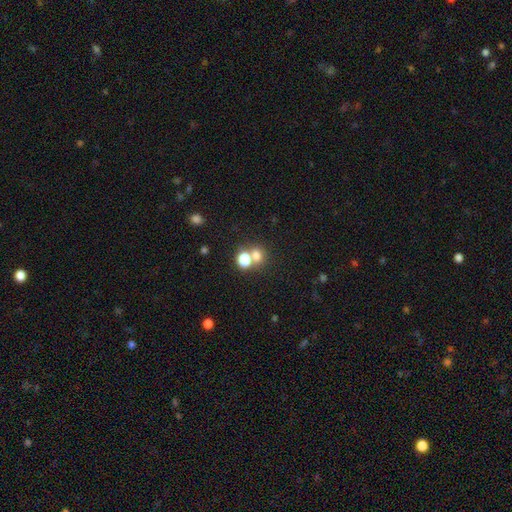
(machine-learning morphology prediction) This appears to be a smooth galaxy with no disk features (70%) that is round (76%). Merging: none (48%).